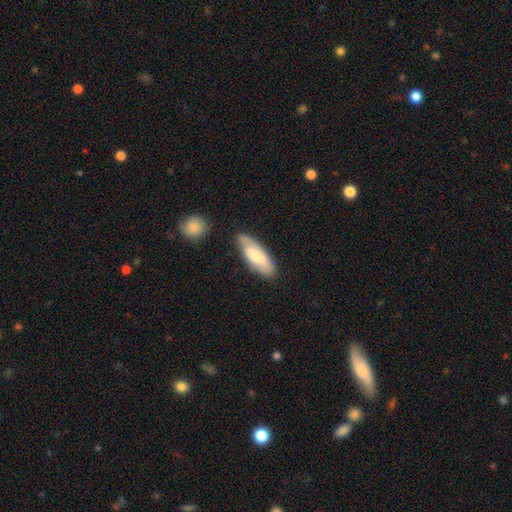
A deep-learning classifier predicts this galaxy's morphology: smooth-or-featured: smooth: 64% | featured or disk: 29% | star or artifact: 8%
  how-rounded: in between: 63% | cigar-shaped: 34% | round: 2%
  merging: none: 70% | minor disturbance: 21% | major disturbance: 5% | merger: 4%